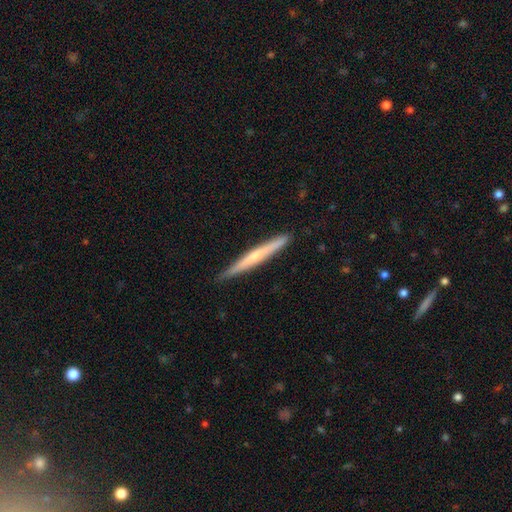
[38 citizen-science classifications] Morphology: type=featured or disk (74%); edge-on=yes (93%); edge-on bulge=rounded (62%); merging=none (97%).